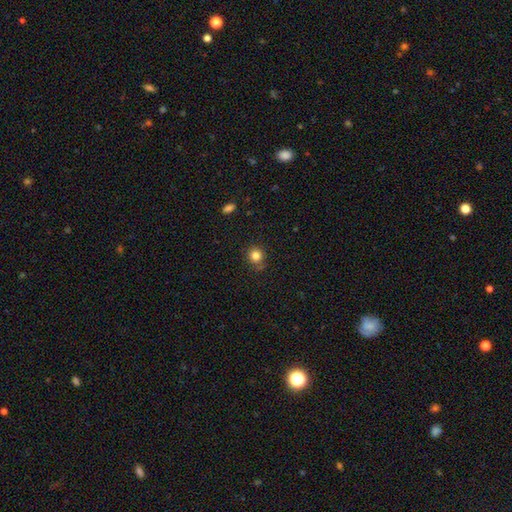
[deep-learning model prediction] A smooth galaxy with no disk features (82%) that is round (88%).

Vote fractions:
- Smooth or featured? smooth: 82% / star or artifact: 12% / featured or disk: 5%
- How rounded? round: 88% / in between: 11% / cigar-shaped: 1%
- Merging? none: 79% / minor disturbance: 12% / merger: 5% / major disturbance: 3%